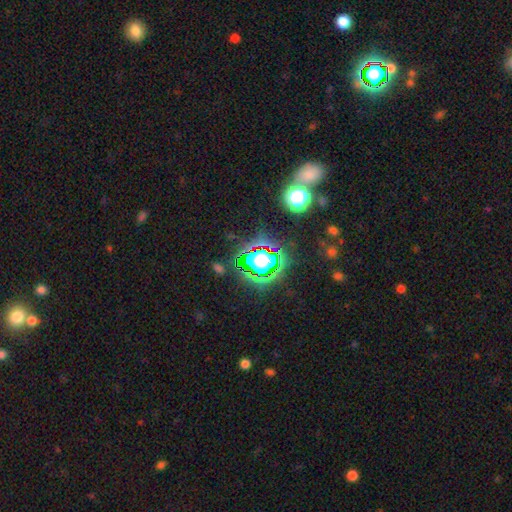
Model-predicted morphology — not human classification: Smooth or featured: star or artifact — 62% (smooth — 26%)